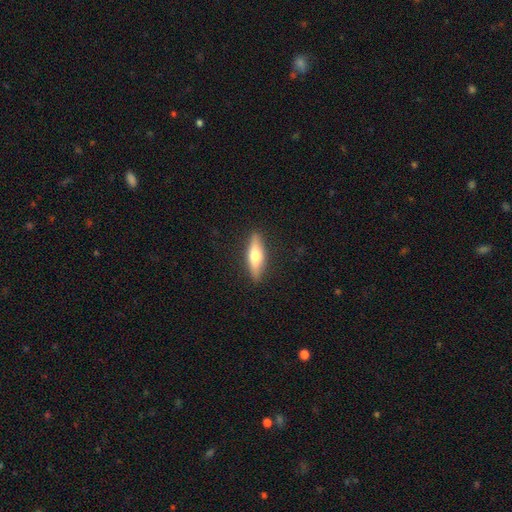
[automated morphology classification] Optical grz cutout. It shows a smooth galaxy with no disk features (51%) that is cigar-shaped (65%). Merging: none (88%).